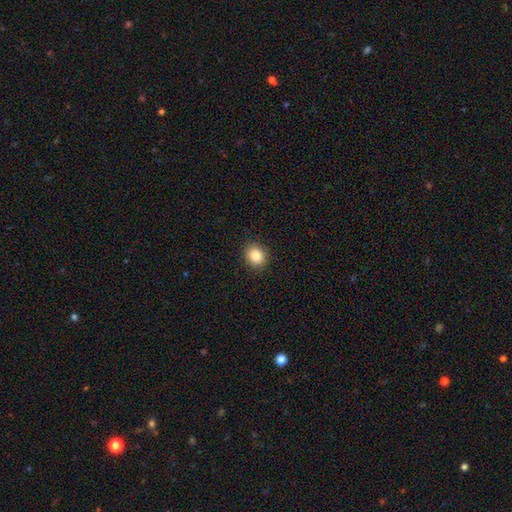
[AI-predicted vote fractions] smooth-or-featured: smooth: 86% | star or artifact: 10% | featured or disk: 4%
  how-rounded: round: 69% | in between: 31% | cigar-shaped: 1%
  merging: none: 90% | minor disturbance: 7% | major disturbance: 2% | merger: 1%